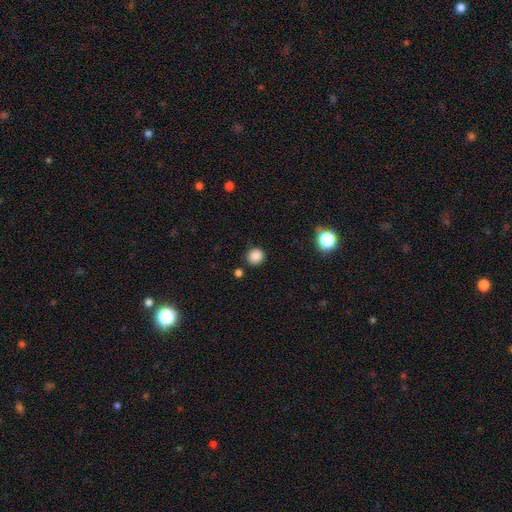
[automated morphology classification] Smooth or featured? Predicted: smooth (p=0.86). How rounded? Predicted: round (p=0.91). Merging? Predicted: none (p=0.85).